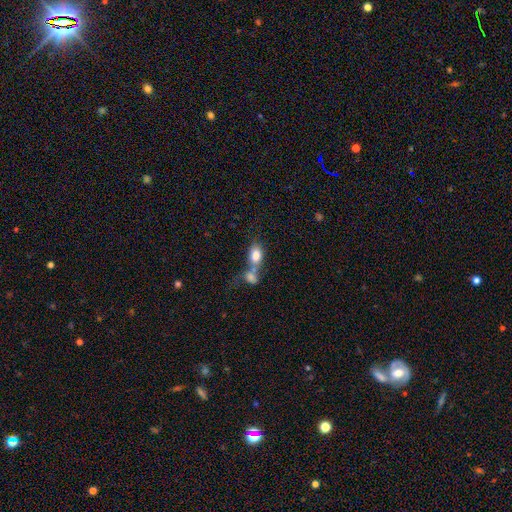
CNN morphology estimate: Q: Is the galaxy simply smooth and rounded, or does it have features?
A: smooth — 79%.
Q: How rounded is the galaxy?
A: in between — 80%.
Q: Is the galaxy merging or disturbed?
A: merger — 61%.